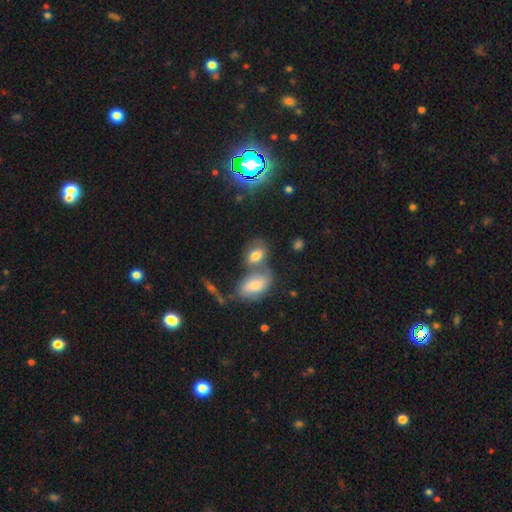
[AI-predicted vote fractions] Q: Smooth or featured?
A: smooth (65%); runner-up: featured or disk (23%)
Q: How rounded?
A: in between (78%); runner-up: round (20%)
Q: Merging?
A: merger (46%); runner-up: none (35%)